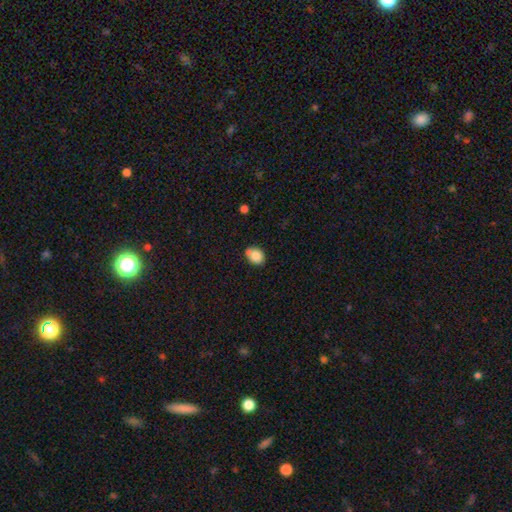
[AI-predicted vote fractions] A smooth galaxy with no disk features (84%) that is in between round and cigar-shaped (50%).

Vote fractions:
- Smooth or featured? smooth: 84% / star or artifact: 9% / featured or disk: 7%
- How rounded? in between: 50% / round: 49% / cigar-shaped: 1%
- Merging? none: 62% / minor disturbance: 21% / merger: 12% / major disturbance: 4%